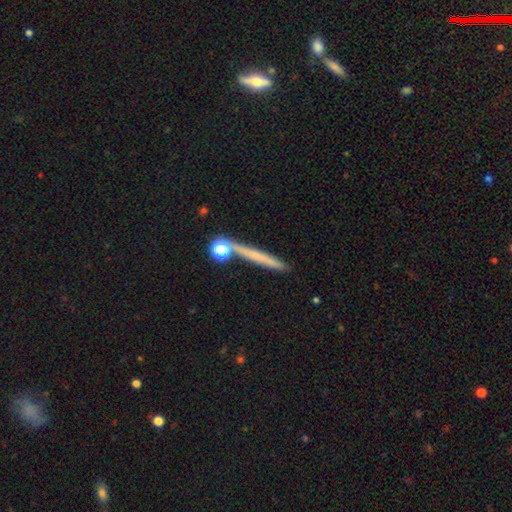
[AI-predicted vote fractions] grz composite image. It shows a smooth galaxy with no disk features (55%) that is cigar-shaped (84%). Merging: none (80%).